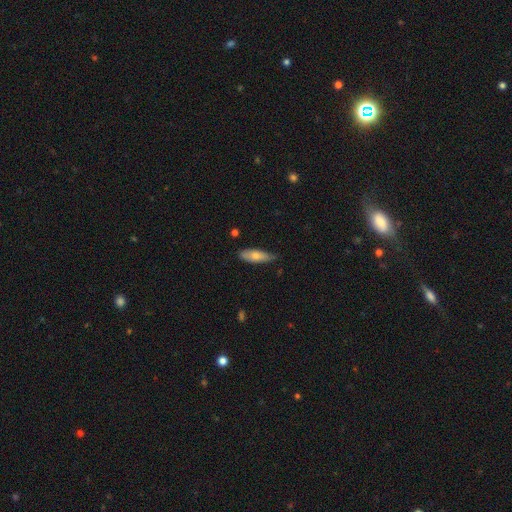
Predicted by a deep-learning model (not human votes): smooth_or_featured: smooth (p=0.71) [alt: featured or disk p=0.23]
how_rounded: in between (p=0.54) [alt: cigar-shaped p=0.44]
merging: none (p=0.66) [alt: minor disturbance p=0.29]